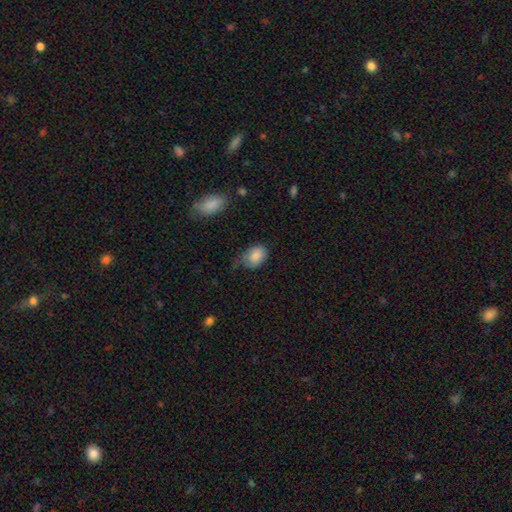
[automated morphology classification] type=smooth (84%); roundness=in between (81%); merging=none (49%).